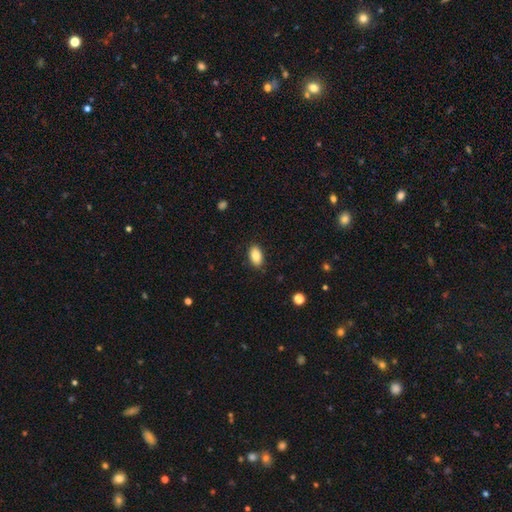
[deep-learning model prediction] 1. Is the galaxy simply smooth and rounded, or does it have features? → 86% smooth, 8% star or artifact, 6% featured or disk.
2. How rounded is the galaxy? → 92% in between, 6% round, 2% cigar-shaped.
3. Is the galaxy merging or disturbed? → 87% none, 10% minor disturbance, 2% major disturbance, 1% merger.